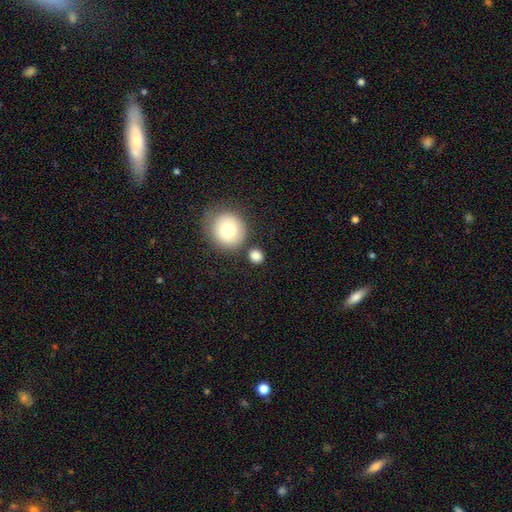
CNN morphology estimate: Smooth or featured?
  - smooth: 83% *
  - star or artifact: 10%
  - featured or disk: 7%
How rounded?
  - round: 81% *
  - in between: 18%
  - cigar-shaped: 1%
Merging?
  - none: 76% *
  - merger: 11%
  - minor disturbance: 10%
  - major disturbance: 4%